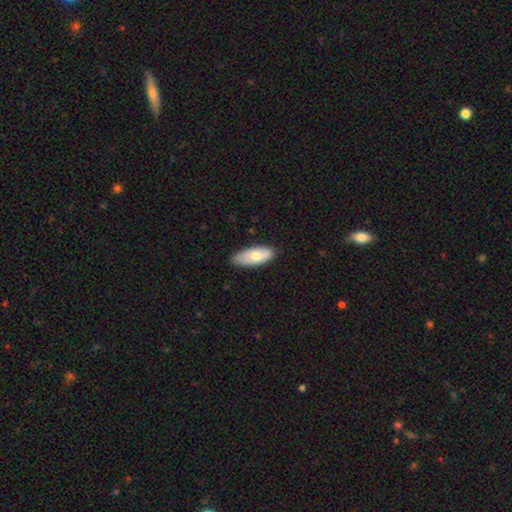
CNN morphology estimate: Smooth or featured? Predicted: smooth (p=0.72). How rounded? Predicted: in between (p=0.82). Merging? Predicted: none (p=0.77).